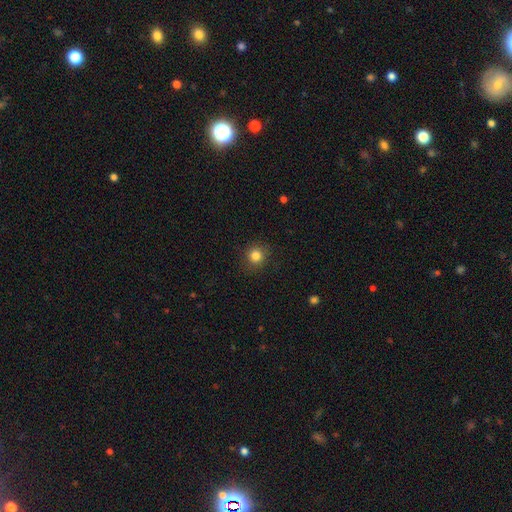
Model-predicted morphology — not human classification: The model was most divided on "smooth or featured": smooth: 83%, star or artifact: 12%, featured or disk: 5%. More confident: how rounded — round (89%); merging — none (88%).